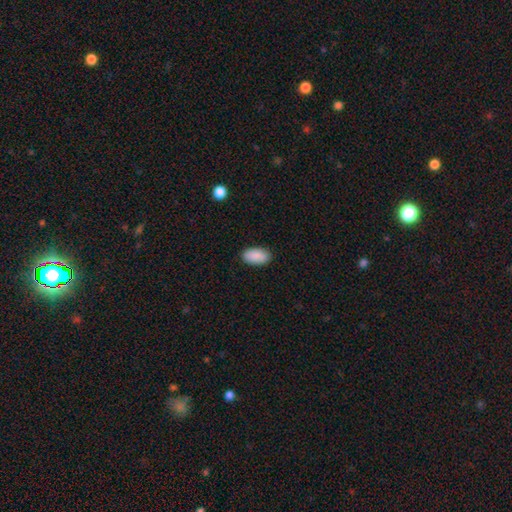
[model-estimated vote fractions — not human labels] Q: Smooth or featured?
A: smooth (91%); runner-up: star or artifact (6%)
Q: How rounded?
A: in between (95%); runner-up: round (3%)
Q: Merging?
A: none (89%); runner-up: minor disturbance (8%)